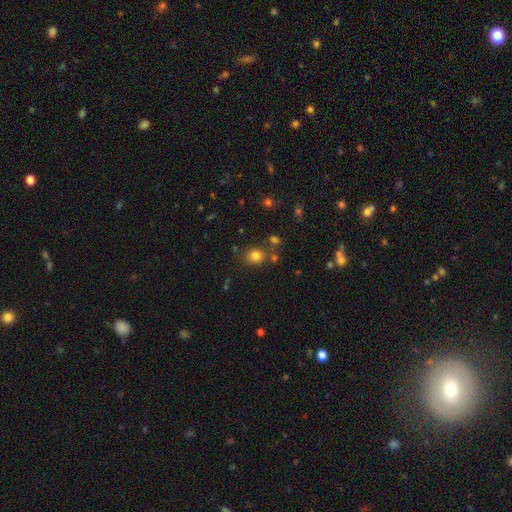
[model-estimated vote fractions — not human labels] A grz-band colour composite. It shows a smooth galaxy with no disk features (78%) that is round (73%). Merging: none (77%).